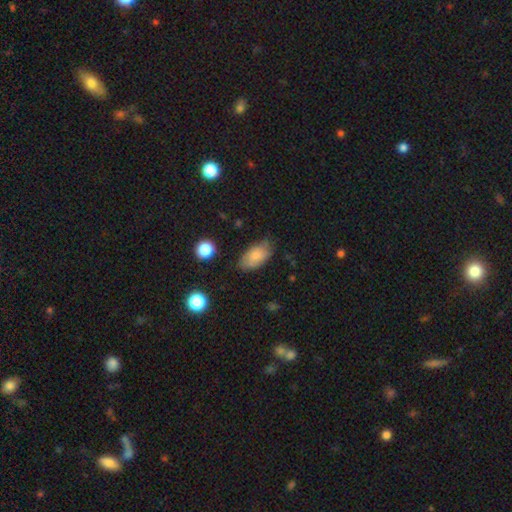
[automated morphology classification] A smooth galaxy with no disk features (78%) that is in between round and cigar-shaped (93%). Merging: none (67%).